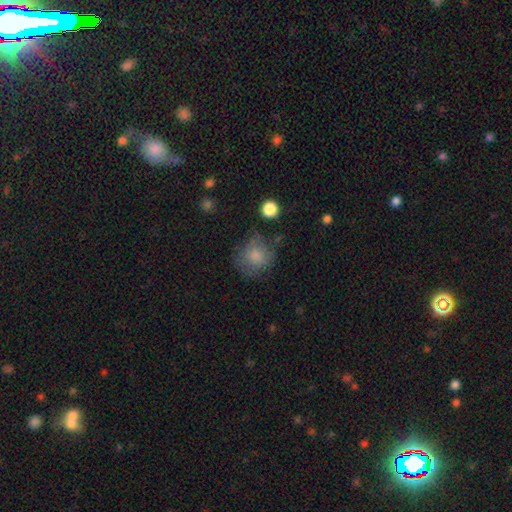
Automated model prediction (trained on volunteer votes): Smooth or featured?
  - smooth: 78% *
  - featured or disk: 12%
  - star or artifact: 10%
How rounded?
  - round: 80% *
  - in between: 19%
  - cigar-shaped: 1%
Merging?
  - none: 56% *
  - minor disturbance: 25%
  - major disturbance: 15%
  - merger: 4%